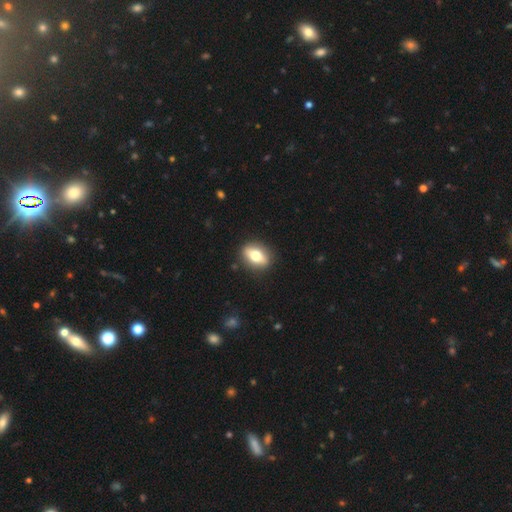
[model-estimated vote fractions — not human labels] This is possibly a smooth galaxy (57%). How rounded: likely in between (70%). Merging: clearly none (87%).